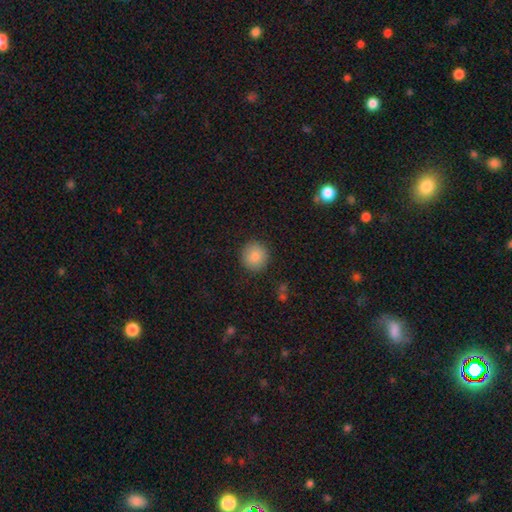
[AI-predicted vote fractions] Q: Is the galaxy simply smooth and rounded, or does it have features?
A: smooth — 85%.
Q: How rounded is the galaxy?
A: round — 94%.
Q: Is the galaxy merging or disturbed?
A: none — 91%.